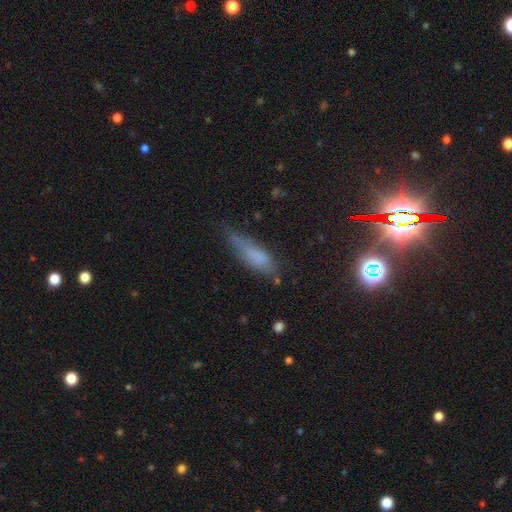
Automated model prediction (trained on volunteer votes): smooth-or-featured: smooth: 67% | featured or disk: 19% | star or artifact: 14%
  how-rounded: cigar-shaped: 54% | in between: 43% | round: 3%
  merging: none: 53% | minor disturbance: 31% | major disturbance: 12% | merger: 4%